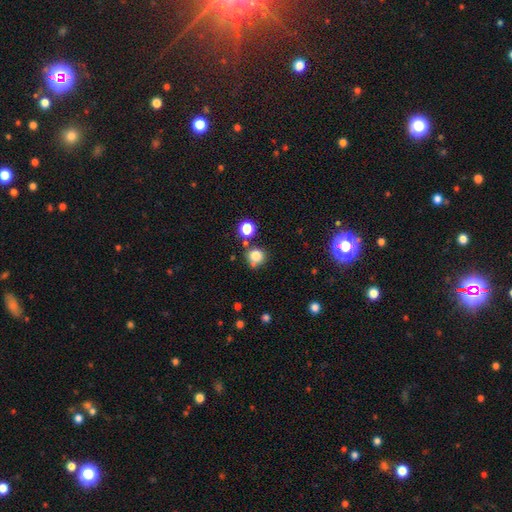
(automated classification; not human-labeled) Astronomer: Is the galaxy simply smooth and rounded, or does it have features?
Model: smooth — 80%.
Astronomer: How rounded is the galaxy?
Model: round — 89%.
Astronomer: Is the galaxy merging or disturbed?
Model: none — 69%.